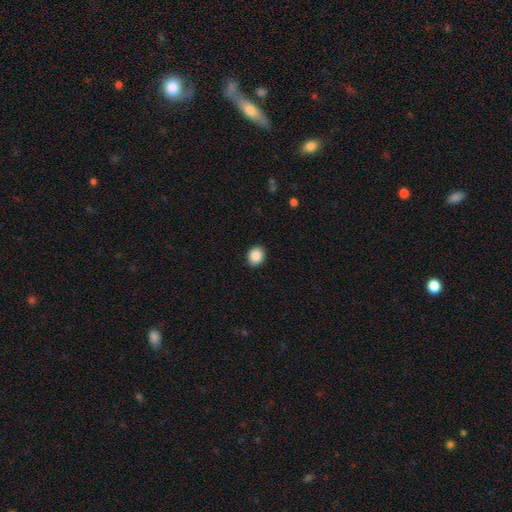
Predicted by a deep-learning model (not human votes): smooth_or_featured: smooth (p=0.89) [alt: star or artifact p=0.08]
how_rounded: round (p=0.58) [alt: in between p=0.41]
merging: none (p=0.91) [alt: minor disturbance p=0.06]